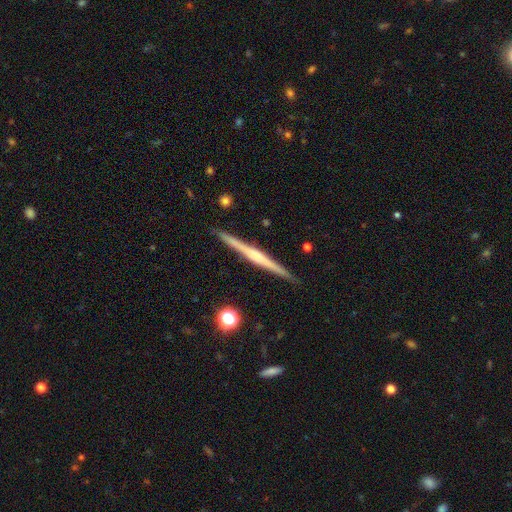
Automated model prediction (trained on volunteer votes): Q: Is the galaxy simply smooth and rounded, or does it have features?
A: featured or disk — 76%.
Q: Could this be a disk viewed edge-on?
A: yes — 99%.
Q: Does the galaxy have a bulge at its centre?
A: rounded — 55%.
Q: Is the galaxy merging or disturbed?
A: none — 92%.